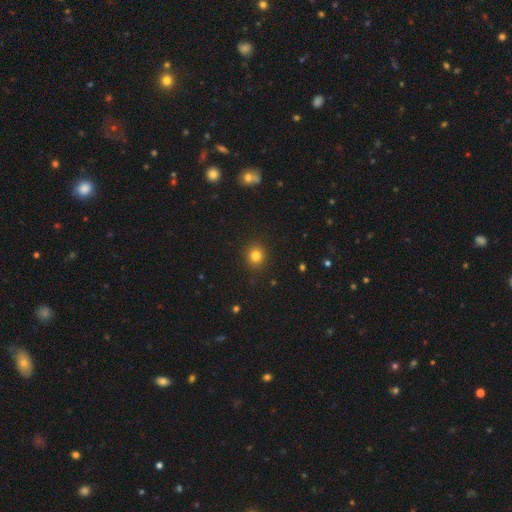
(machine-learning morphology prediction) A smooth galaxy with no disk features (81%) that is round (86%). Merging: none (91%).